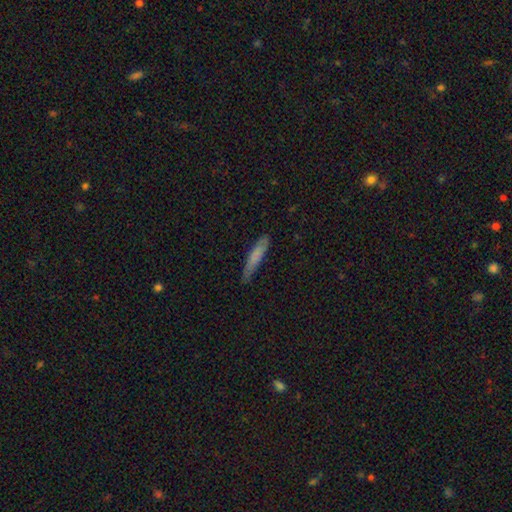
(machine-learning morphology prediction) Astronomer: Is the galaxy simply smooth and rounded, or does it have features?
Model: smooth — 75%.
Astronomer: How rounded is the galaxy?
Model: cigar-shaped — 91%.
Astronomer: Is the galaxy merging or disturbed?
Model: none — 78%.